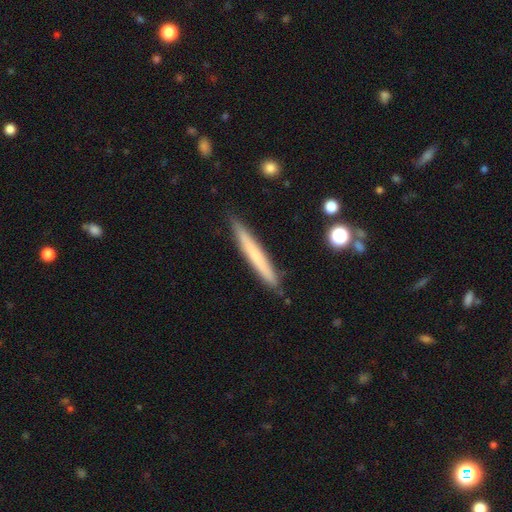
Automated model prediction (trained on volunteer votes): A smooth galaxy with no disk features (60%) that is cigar-shaped (96%).

Vote fractions:
- Smooth or featured? smooth: 60% / featured or disk: 34% / star or artifact: 6%
- How rounded? cigar-shaped: 96% / in between: 2% / round: 1%
- Merging? none: 89% / minor disturbance: 8% / major disturbance: 1% / merger: 1%